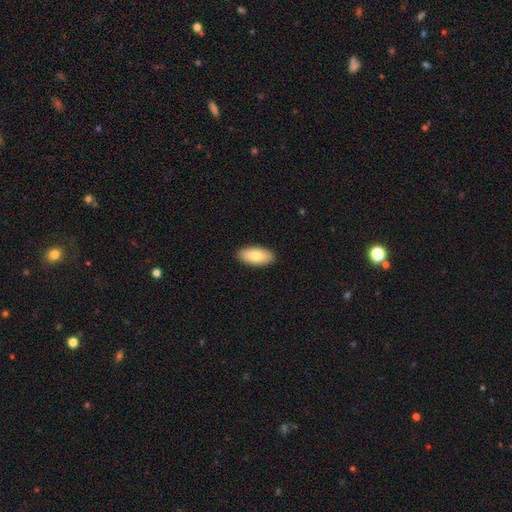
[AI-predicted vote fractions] Smooth or featured?
  - smooth: 80% *
  - featured or disk: 14%
  - star or artifact: 6%
How rounded?
  - in between: 92% *
  - cigar-shaped: 6%
  - round: 2%
Merging?
  - none: 90% *
  - minor disturbance: 7%
  - major disturbance: 2%
  - merger: 1%